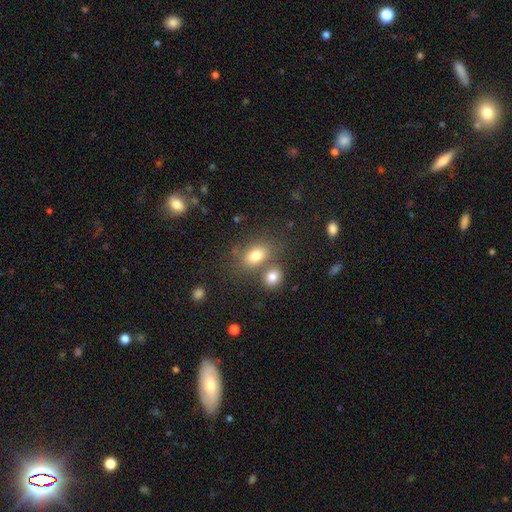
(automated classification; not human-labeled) Smooth or featured? Predicted: smooth (p=0.77). How rounded? Predicted: in between (p=0.77). Merging? Predicted: none (p=0.53).